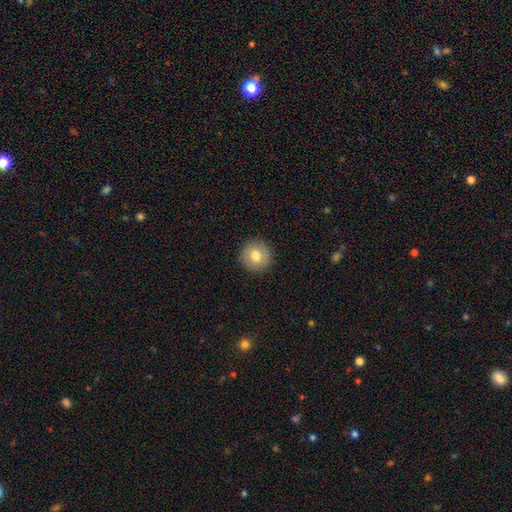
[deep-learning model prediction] A smooth galaxy with no disk features (74%) that is round (95%).

Vote fractions:
- Smooth or featured? smooth: 74% / featured or disk: 17% / star or artifact: 9%
- How rounded? round: 95% / in between: 4% / cigar-shaped: 1%
- Merging? none: 91% / minor disturbance: 6% / major disturbance: 2% / merger: 1%